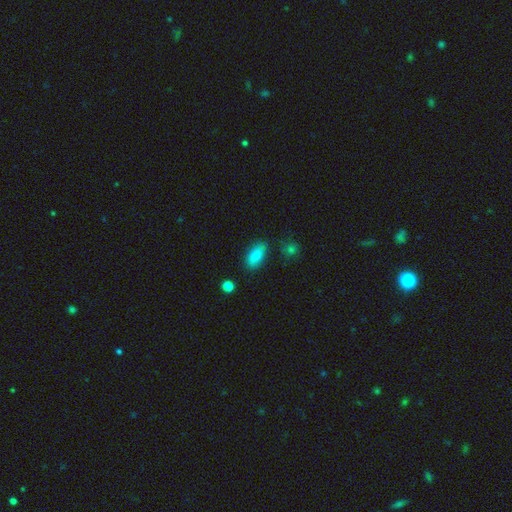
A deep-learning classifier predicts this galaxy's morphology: smooth_or_featured: smooth (p=0.79) [alt: featured or disk p=0.13]
how_rounded: in between (p=0.87) [alt: cigar-shaped p=0.09]
merging: none (p=0.80) [alt: minor disturbance p=0.14]